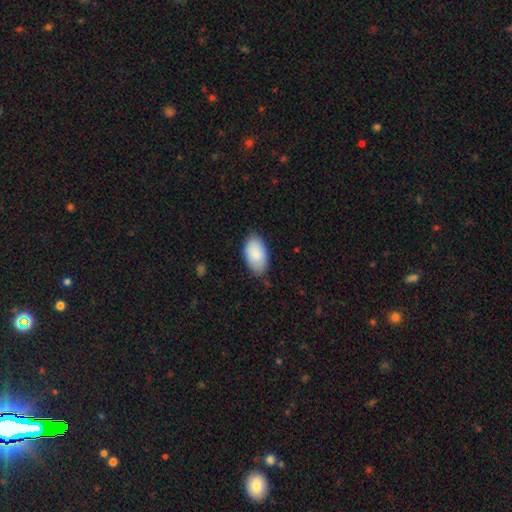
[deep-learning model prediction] Smooth or featured? Predicted: smooth (p=0.88). How rounded? Predicted: in between (p=0.96). Merging? Predicted: none (p=0.80).